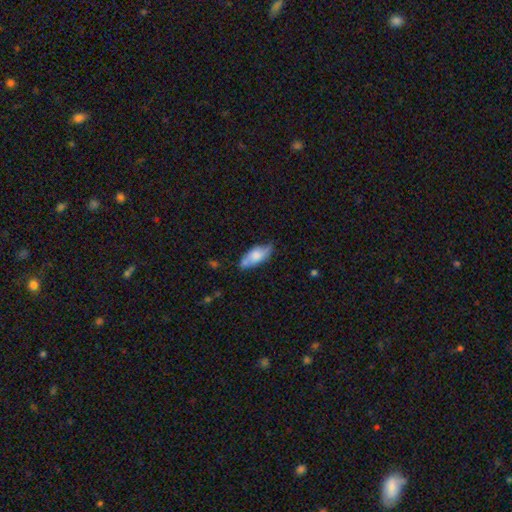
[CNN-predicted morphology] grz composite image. It shows a smooth galaxy with no disk features (68%) that is in between round and cigar-shaped (78%). Merging: none (62%).